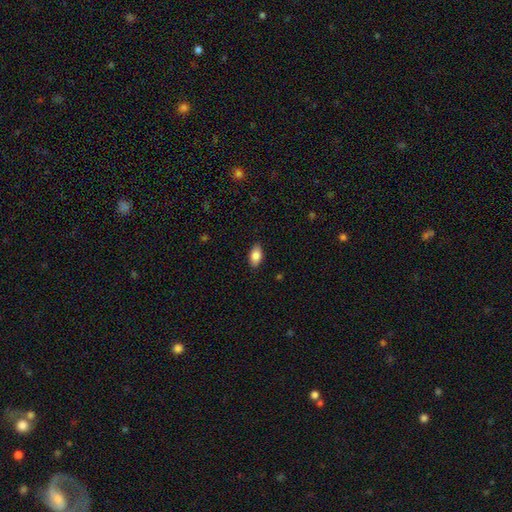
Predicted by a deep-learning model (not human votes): The model was most divided on "smooth or featured": smooth: 84%, featured or disk: 9%, star or artifact: 7%. More confident: how rounded — in between (92%); merging — none (88%).